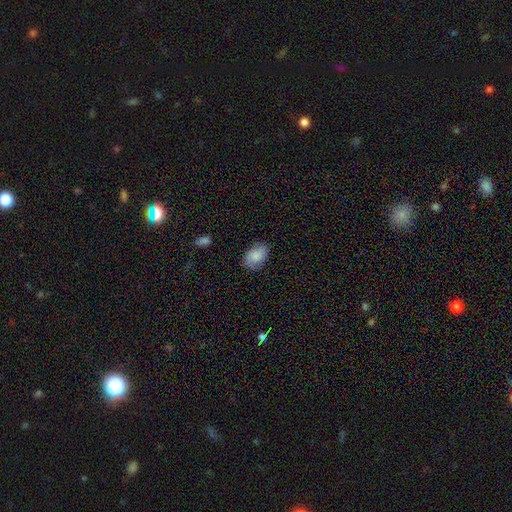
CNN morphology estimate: type=smooth (83%); roundness=in between (85%); merging=none (78%).